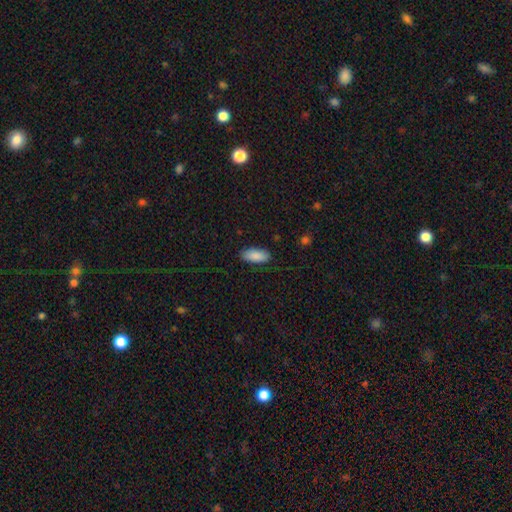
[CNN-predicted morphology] Smooth or featured? smooth (89%)
How rounded? in between (85%)
Merging? none (86%)